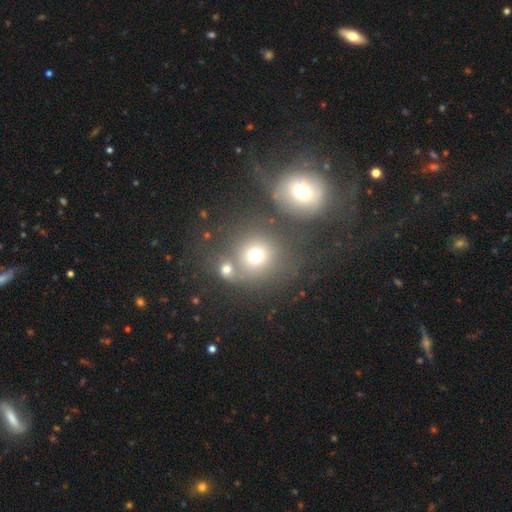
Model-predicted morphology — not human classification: Smooth or featured? smooth (71%)
How rounded? round (84%)
Merging? none (49%)